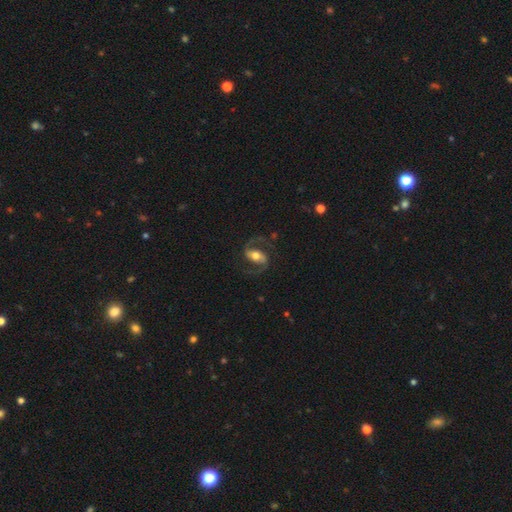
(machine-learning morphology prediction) A featured or disk galaxy (86%) with a strong bar (42%), 2 (94%) medium (55%) spiral arms (96%) and a moderate central bulge (67%).

Vote fractions:
- Smooth or featured? featured or disk: 86% / smooth: 9% / star or artifact: 5%
- Edge-on disk? no: 97% / yes: 3%
- Bar? strong: 42% / weak: 34% / no: 24%
- Spiral arms? yes: 96% / no: 4%
- Spiral winding? medium: 55% / loose: 33% / tight: 12%
- Spiral arm count? 2: 94% / 1: 2% / can't tell: 2% / 3: 1% / 4: 1% / more than 4: 1%
- Bulge size? moderate: 67% / large: 16% / small: 13% / dominant: 2% / none: 1%
- Merging? none: 77% / minor disturbance: 12% / major disturbance: 10% / merger: 1%